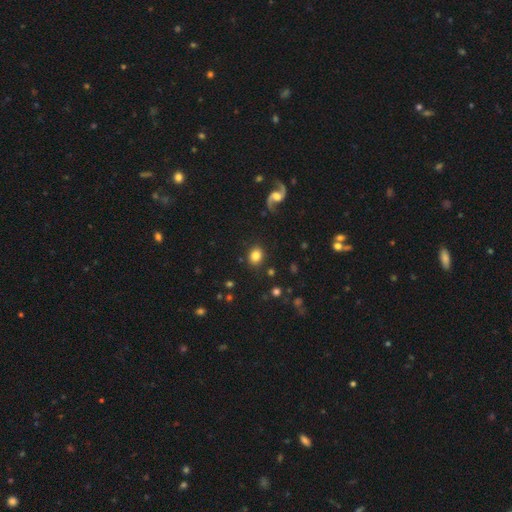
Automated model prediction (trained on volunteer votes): smooth 79%, featured or disk 12%, star or artifact 9%. Down the decision tree: how rounded — round (61%); merging — none (87%).